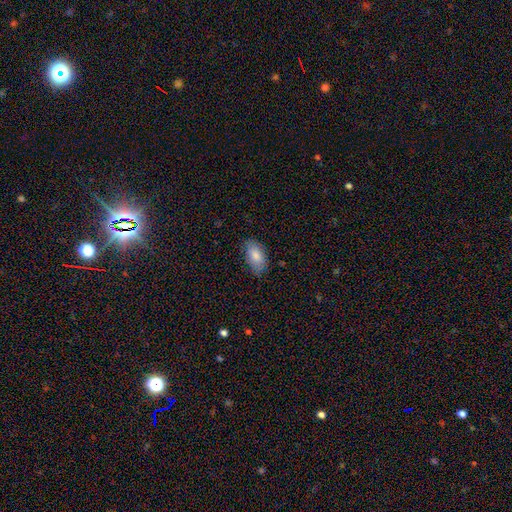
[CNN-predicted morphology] Q: Smooth or featured?
A: smooth (83%); runner-up: featured or disk (10%)
Q: How rounded?
A: in between (93%); runner-up: round (4%)
Q: Merging?
A: none (79%); runner-up: minor disturbance (17%)